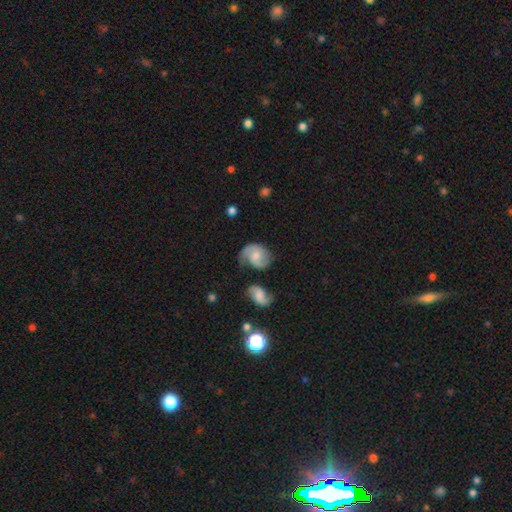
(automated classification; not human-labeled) A featured or disk galaxy (66%) with no bar (63%), 2 (71%) medium (45%) spiral arms (91%) and a moderate central bulge (48%).

Vote fractions:
- Smooth or featured? featured or disk: 66% / smooth: 27% / star or artifact: 7%
- Edge-on disk? no: 97% / yes: 3%
- Bar? no: 63% / weak: 32% / strong: 5%
- Spiral arms? yes: 91% / no: 9%
- Spiral winding? medium: 45% / loose: 28% / tight: 27%
- Spiral arm count? 2: 71% / 1: 14% / can't tell: 10% / 3: 3% / 4: 1% / more than 4: 1%
- Bulge size? moderate: 48% / small: 43% / none: 5% / large: 3% / dominant: 1%
- Merging? none: 51% / minor disturbance: 26% / major disturbance: 15% / merger: 8%